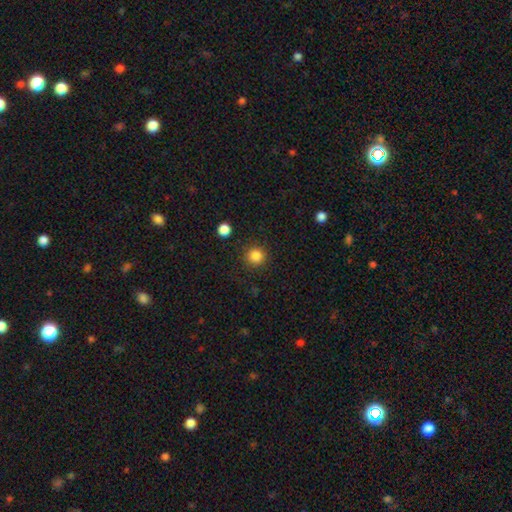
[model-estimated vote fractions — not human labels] smooth 85%, star or artifact 11%, featured or disk 4%. Down the decision tree: how rounded — round (94%); merging — none (90%).